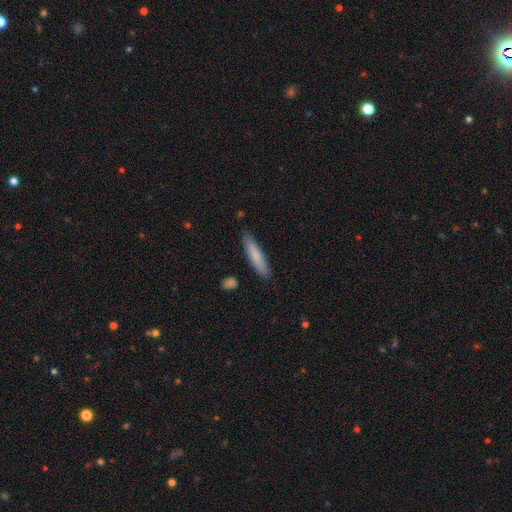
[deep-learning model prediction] smooth-or-featured: smooth: 78% | featured or disk: 16% | star or artifact: 6%
  how-rounded: cigar-shaped: 87% | in between: 12% | round: 1%
  merging: none: 87% | minor disturbance: 10% | merger: 2% | major disturbance: 2%